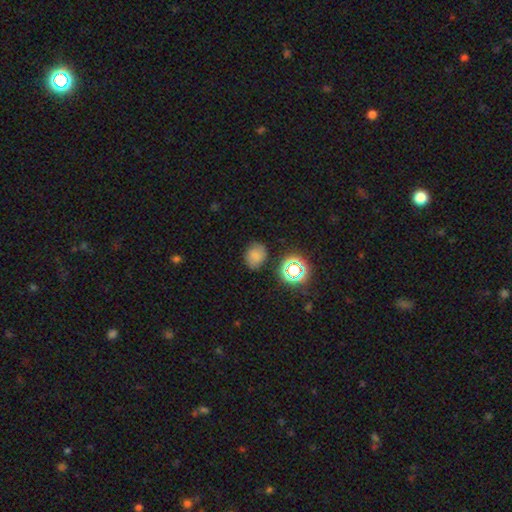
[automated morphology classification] The model was most divided on "how rounded": round: 58%, in between: 41%, cigar-shaped: 1%. More confident: merging — none (75%); smooth or featured — smooth (72%).